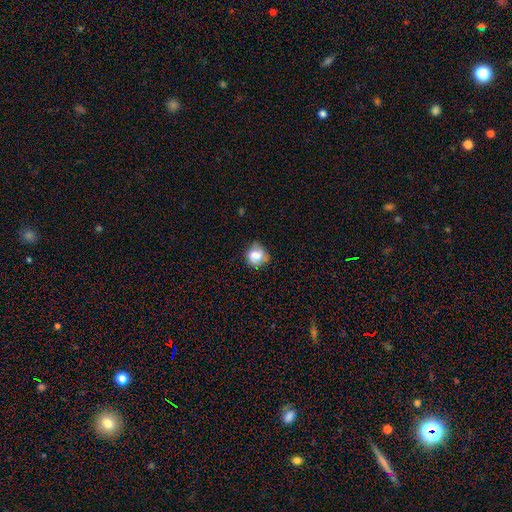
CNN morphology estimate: Smooth or featured? smooth (76%)
How rounded? round (77%)
Merging? none (58%)